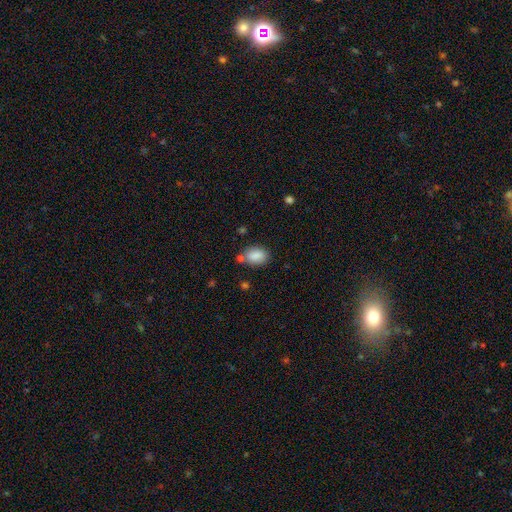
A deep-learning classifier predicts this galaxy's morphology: Smooth or featured? smooth (87%)
How rounded? in between (79%)
Merging? none (72%)